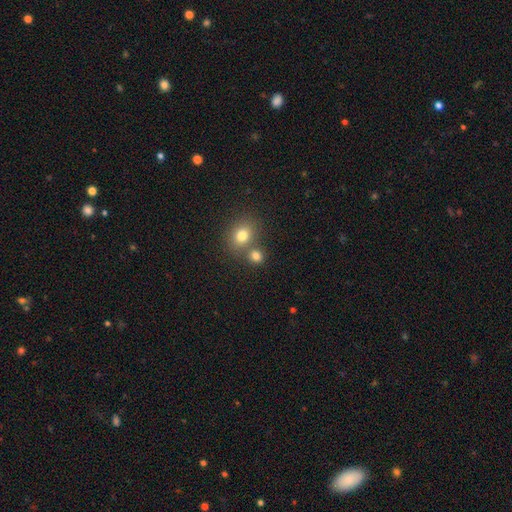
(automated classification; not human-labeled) A smooth galaxy with no disk features (78%) that is round (72%).

Vote fractions:
- Smooth or featured? smooth: 78% / star or artifact: 14% / featured or disk: 8%
- How rounded? round: 72% / in between: 26% / cigar-shaped: 1%
- Merging? none: 56% / merger: 33% / minor disturbance: 8% / major disturbance: 3%